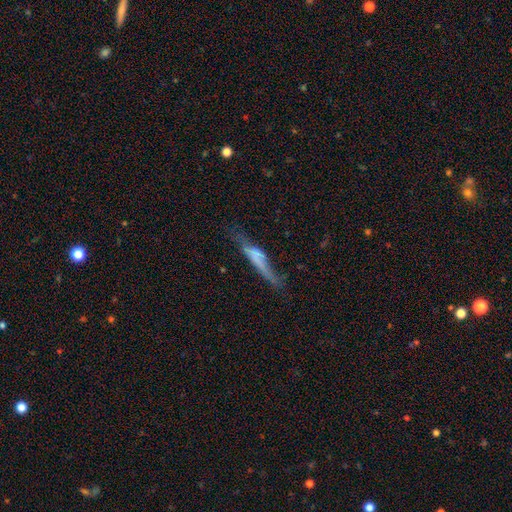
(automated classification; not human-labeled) smooth-or-featured: featured or disk: 46% | smooth: 44% | star or artifact: 9%
  merging: none: 39% | minor disturbance: 29% | major disturbance: 26% | merger: 6%